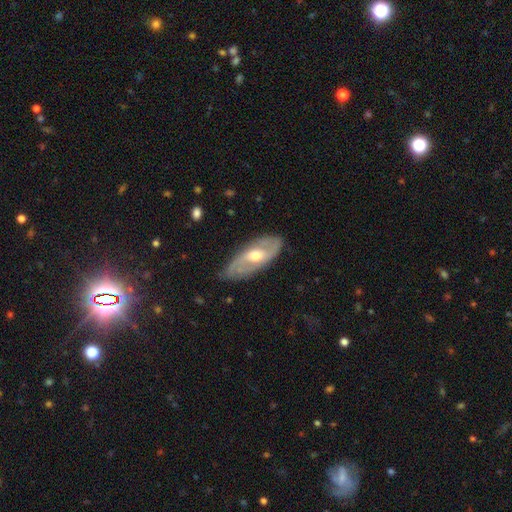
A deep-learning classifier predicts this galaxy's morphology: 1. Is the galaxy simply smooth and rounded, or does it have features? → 71% featured or disk, 24% smooth, 5% star or artifact.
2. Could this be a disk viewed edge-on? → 86% no, 14% yes.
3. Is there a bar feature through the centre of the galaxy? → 45% no, 41% weak, 14% strong.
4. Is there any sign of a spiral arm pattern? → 81% yes, 19% no.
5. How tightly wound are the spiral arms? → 43% medium, 32% tight, 25% loose.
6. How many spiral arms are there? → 71% 2, 19% can't tell, 4% 3, 3% 1, 2% 4, 1% more than 4.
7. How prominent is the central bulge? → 72% moderate, 22% small, 5% large, 1% none, 1% dominant.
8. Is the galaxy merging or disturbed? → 76% none, 18% minor disturbance, 4% major disturbance, 1% merger.